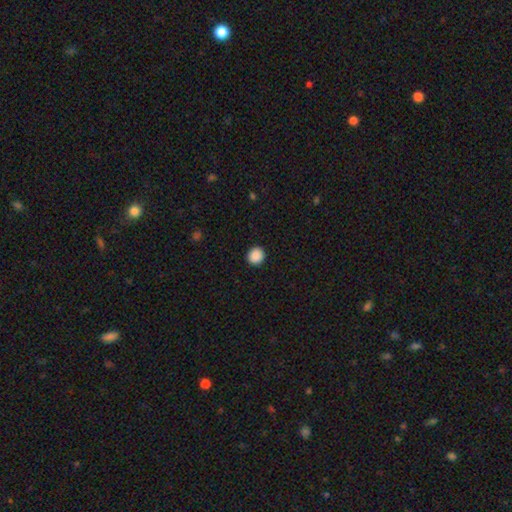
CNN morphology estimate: A smooth galaxy with no disk features (89%) that is round (89%).

Vote fractions:
- Smooth or featured? smooth: 89% / star or artifact: 9% / featured or disk: 2%
- How rounded? round: 89% / in between: 10% / cigar-shaped: 1%
- Merging? none: 92% / minor disturbance: 5% / major disturbance: 2% / merger: 1%